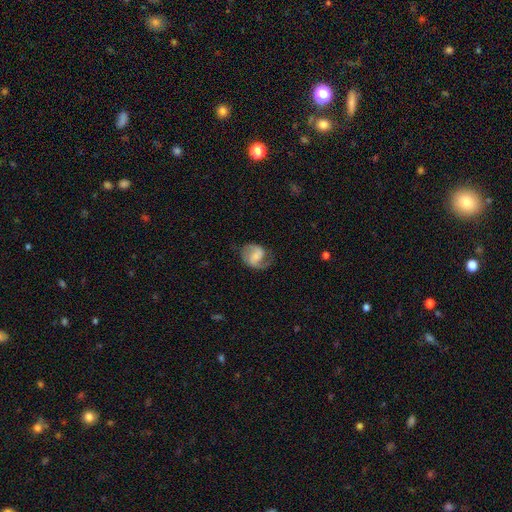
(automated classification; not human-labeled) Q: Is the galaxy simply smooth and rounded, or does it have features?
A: featured or disk — 74%.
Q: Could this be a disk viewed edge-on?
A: no — 98%.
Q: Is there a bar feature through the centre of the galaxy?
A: weak — 47%.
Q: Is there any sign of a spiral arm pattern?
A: yes — 94%.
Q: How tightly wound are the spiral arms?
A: medium — 49%.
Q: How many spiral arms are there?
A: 2 — 79%.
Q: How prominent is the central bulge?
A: none — 34%.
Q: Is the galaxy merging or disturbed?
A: none — 65%.